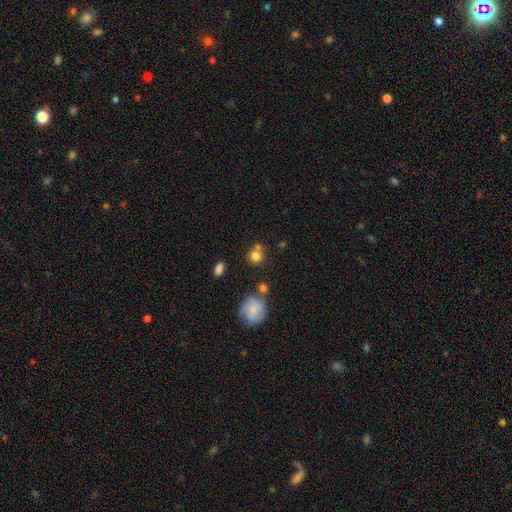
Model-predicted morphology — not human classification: Q: Smooth or featured?
A: smooth (79%); runner-up: star or artifact (11%)
Q: How rounded?
A: round (85%); runner-up: in between (14%)
Q: Merging?
A: none (60%); runner-up: merger (23%)